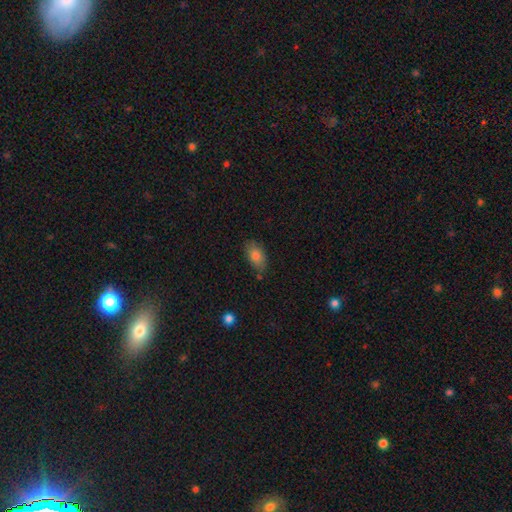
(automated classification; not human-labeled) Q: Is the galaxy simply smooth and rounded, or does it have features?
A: smooth — 81%.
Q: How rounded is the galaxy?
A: in between — 91%.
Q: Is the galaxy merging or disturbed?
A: none — 73%.